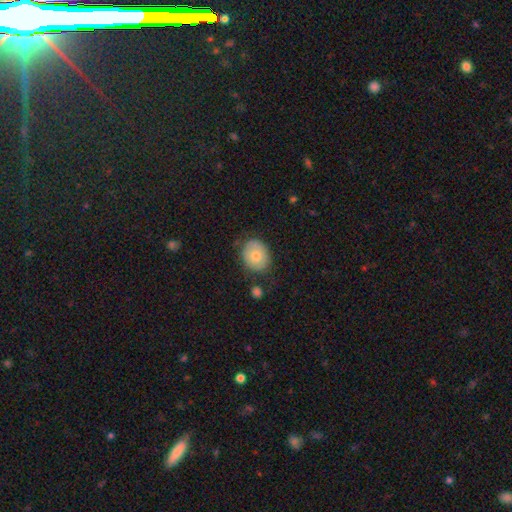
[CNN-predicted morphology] smooth_or_featured: smooth (p=0.73) [alt: featured or disk p=0.19]
how_rounded: round (p=0.60) [alt: in between p=0.39]
merging: none (p=0.74) [alt: minor disturbance p=0.18]